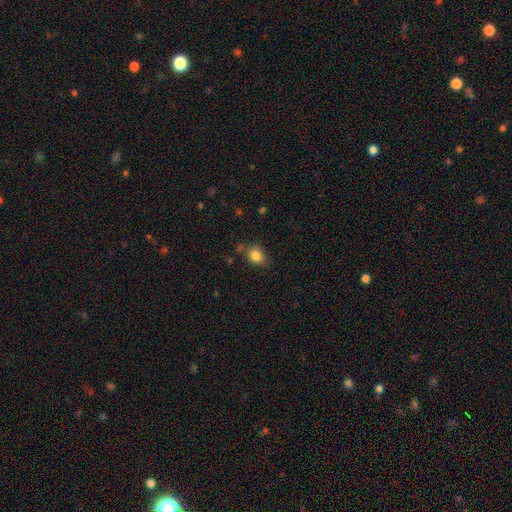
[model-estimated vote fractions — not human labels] Q: Smooth or featured?
A: smooth (84%); runner-up: star or artifact (10%)
Q: How rounded?
A: round (58%); runner-up: in between (41%)
Q: Merging?
A: none (73%); runner-up: minor disturbance (17%)